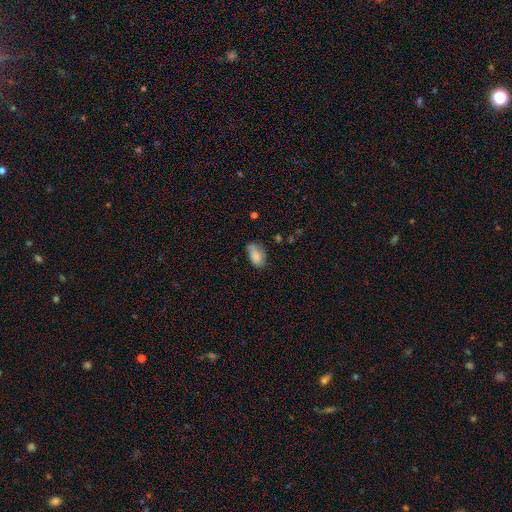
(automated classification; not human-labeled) Morphology: type=smooth (80%); roundness=in between (92%); merging=none (49%).